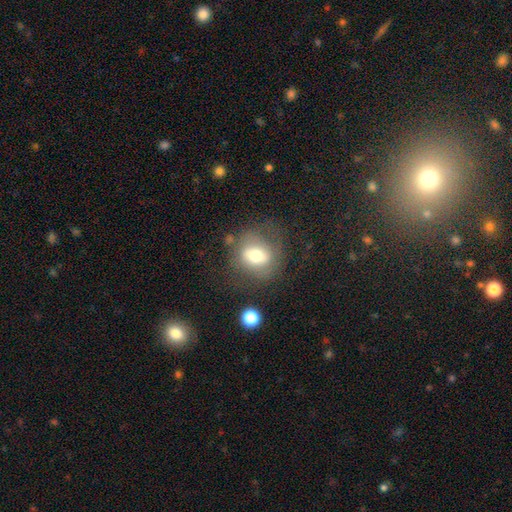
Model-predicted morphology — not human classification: This is possibly a smooth galaxy (58%). How rounded: likely round (72%). Merging: likely none (63%).